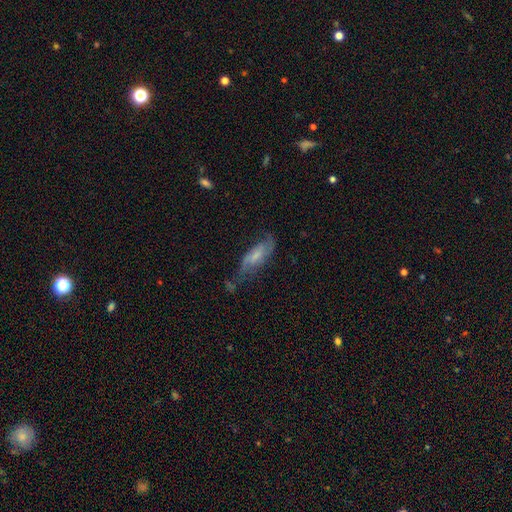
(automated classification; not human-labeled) This is possibly a featured or disk galaxy (56%). It is clearly not viewed edge-on (84%). Merging: possibly none (48%).